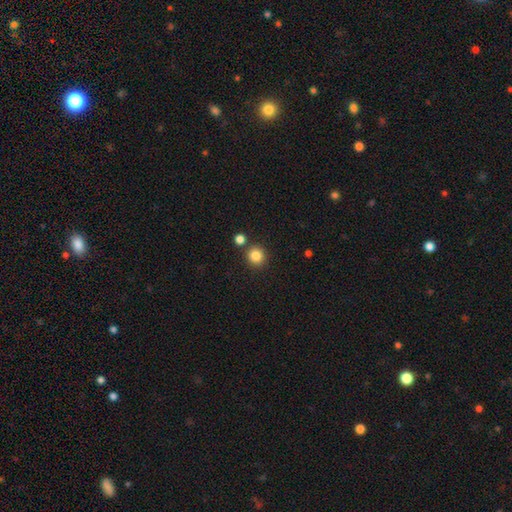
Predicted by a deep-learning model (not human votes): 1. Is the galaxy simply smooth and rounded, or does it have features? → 84% smooth, 11% star or artifact, 5% featured or disk.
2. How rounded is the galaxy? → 92% round, 7% in between, 1% cigar-shaped.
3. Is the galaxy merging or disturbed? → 83% none, 8% merger, 6% minor disturbance, 2% major disturbance.